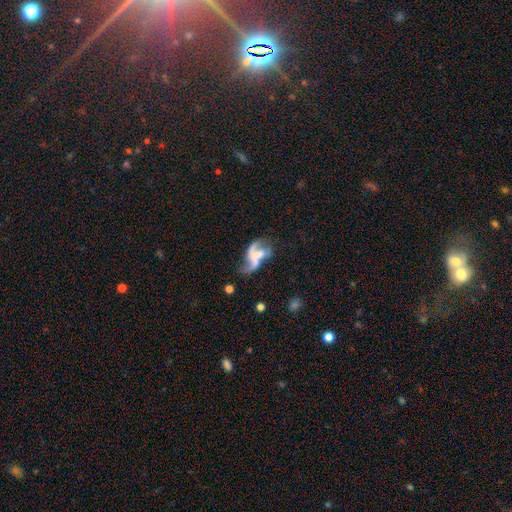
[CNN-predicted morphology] Overall: featured or disk (69%). Edge-on disk: no (96%). Bar: no (49%; weak 33%). Spiral arms: yes (73%). Bulge size: none (43%; small 24%). Merging: major disturbance (35%; none 27%).